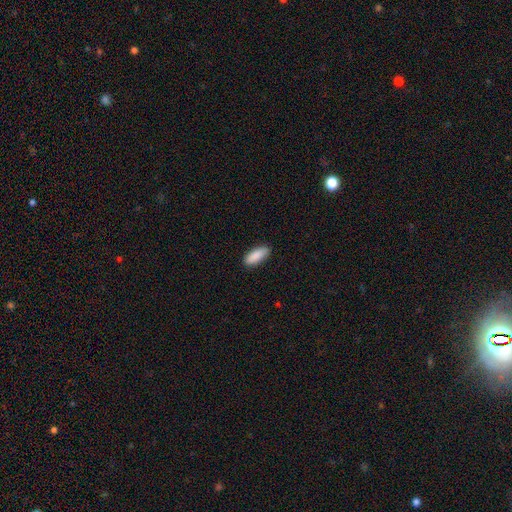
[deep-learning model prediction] A smooth galaxy with no disk features (90%) that is in between round and cigar-shaped (74%). Merging: none (87%).